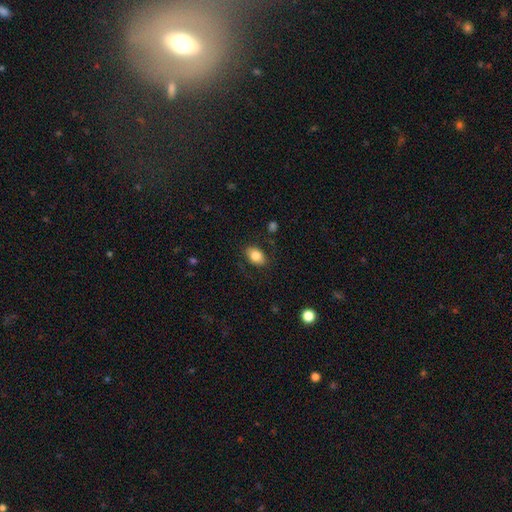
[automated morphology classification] A smooth galaxy with no disk features (81%) that is in between round and cigar-shaped (80%).

Vote fractions:
- Smooth or featured? smooth: 81% / featured or disk: 11% / star or artifact: 8%
- How rounded? in between: 80% / round: 19% / cigar-shaped: 1%
- Merging? none: 80% / minor disturbance: 14% / major disturbance: 5% / merger: 1%